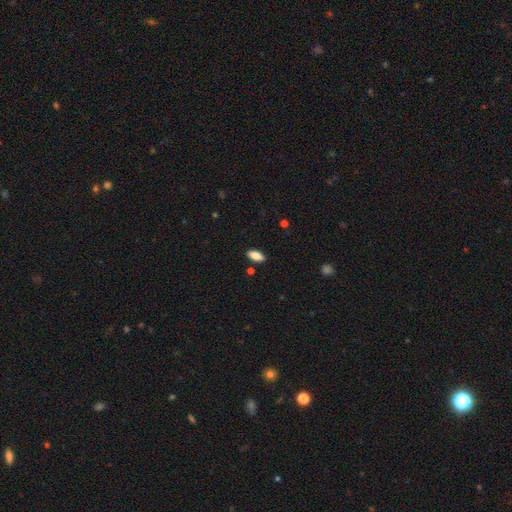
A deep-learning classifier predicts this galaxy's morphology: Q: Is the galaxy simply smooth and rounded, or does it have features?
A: smooth — 83%.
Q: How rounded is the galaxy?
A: in between — 82%.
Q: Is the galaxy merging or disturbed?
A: none — 88%.